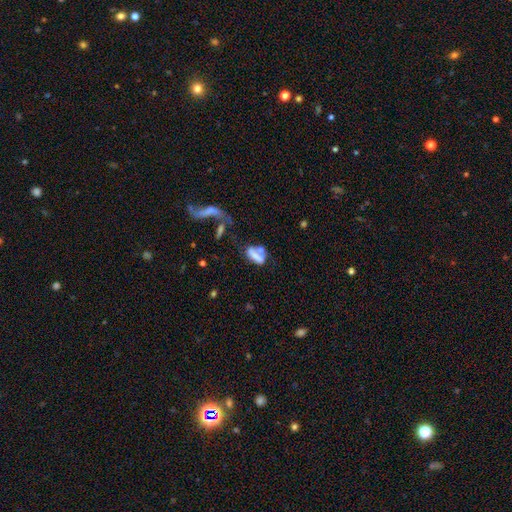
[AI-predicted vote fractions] smooth_or_featured: smooth (p=0.54) [alt: featured or disk p=0.34]
how_rounded: in between (p=0.78) [alt: cigar-shaped p=0.11]
merging: merger (p=0.43) [alt: none p=0.23]